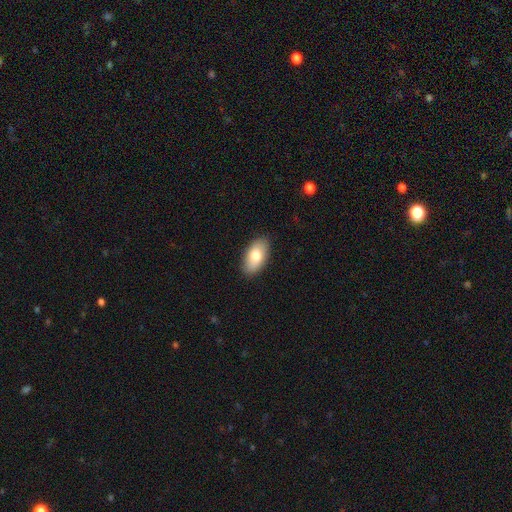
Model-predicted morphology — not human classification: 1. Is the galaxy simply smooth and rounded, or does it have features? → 77% smooth, 16% featured or disk, 6% star or artifact.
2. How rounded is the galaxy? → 93% in between, 4% round, 3% cigar-shaped.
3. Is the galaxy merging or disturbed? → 88% none, 9% minor disturbance, 2% major disturbance, 1% merger.